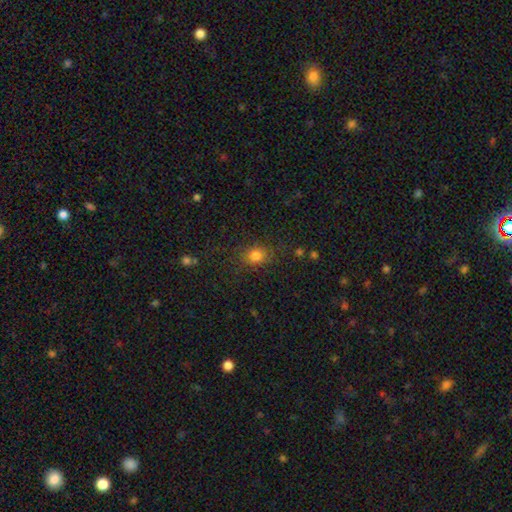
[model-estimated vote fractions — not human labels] Q: Smooth or featured?
A: smooth (79%); runner-up: star or artifact (14%)
Q: How rounded?
A: round (52%); runner-up: in between (46%)
Q: Merging?
A: none (78%); runner-up: minor disturbance (14%)